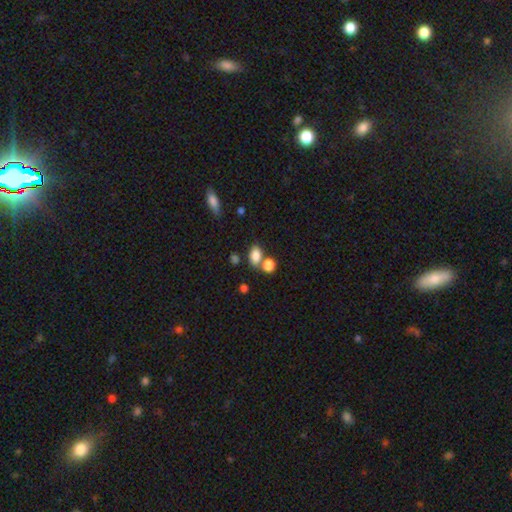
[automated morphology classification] Smooth or featured: smooth — 83% (star or artifact — 10%)
How rounded: in between — 79% (round — 19%)
Merging: none — 53% (merger — 30%)